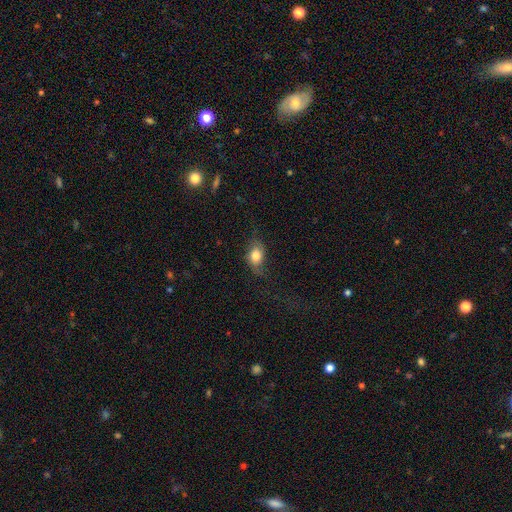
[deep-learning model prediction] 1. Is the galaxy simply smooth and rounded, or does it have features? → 69% smooth, 22% featured or disk, 9% star or artifact.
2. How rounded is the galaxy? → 74% in between, 24% round, 3% cigar-shaped.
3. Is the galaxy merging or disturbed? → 59% none, 25% minor disturbance, 15% major disturbance, 2% merger.